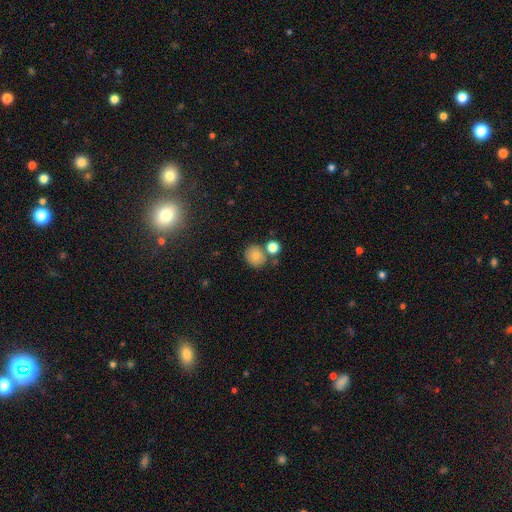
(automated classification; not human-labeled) This appears to be a smooth galaxy with no disk features (78%) that is round (83%). Merging: none (66%).